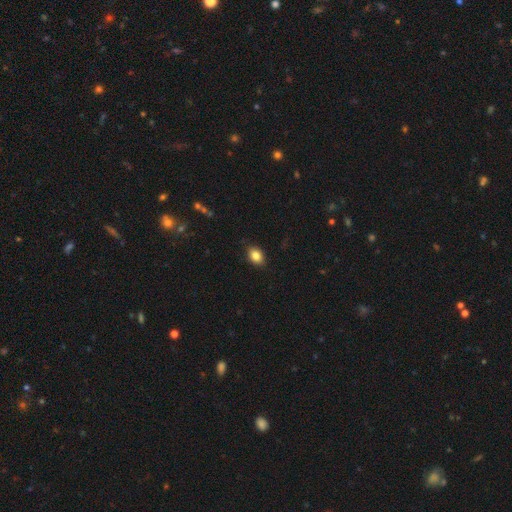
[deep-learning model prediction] Morphology: type=smooth (85%); roundness=in between (75%); merging=none (86%).